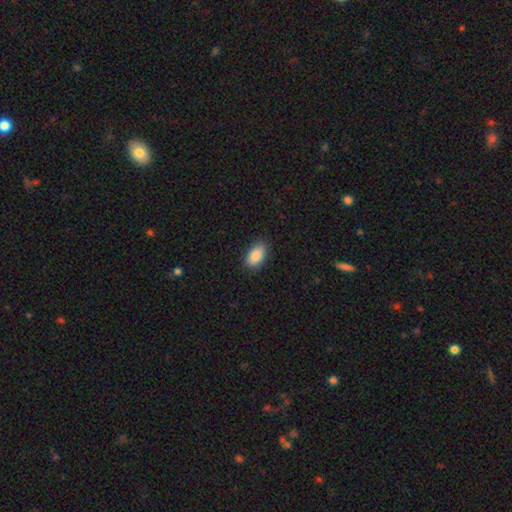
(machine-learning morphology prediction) Smooth or featured? smooth (89%)
How rounded? in between (93%)
Merging? none (86%)